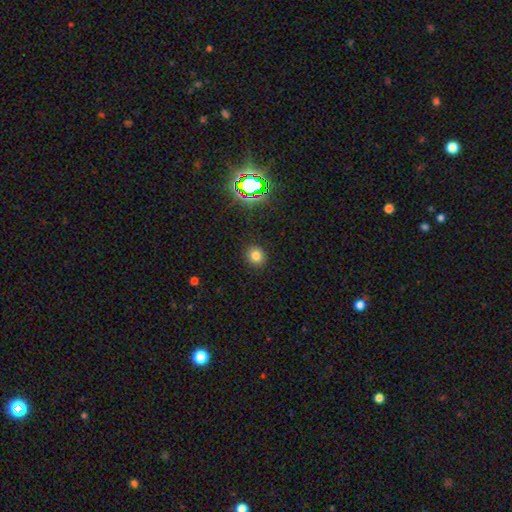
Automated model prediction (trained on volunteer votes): A smooth galaxy with no disk features (77%) that is round (85%).

Vote fractions:
- Smooth or featured? smooth: 77% / star or artifact: 17% / featured or disk: 6%
- How rounded? round: 85% / in between: 14% / cigar-shaped: 1%
- Merging? none: 90% / minor disturbance: 6% / major disturbance: 2% / merger: 1%